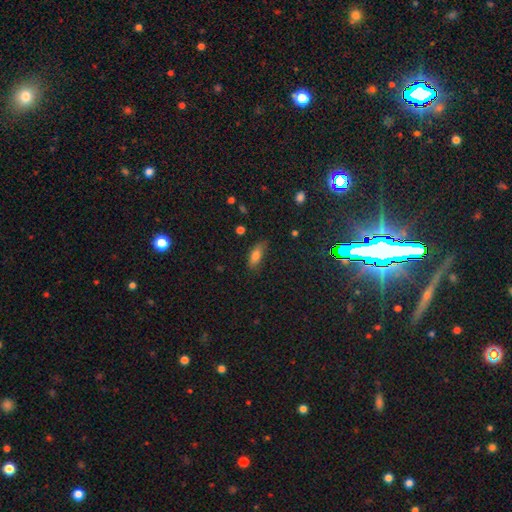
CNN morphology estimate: smooth_or_featured: smooth (p=0.76) [alt: featured or disk p=0.13]
how_rounded: in between (p=0.74) [alt: cigar-shaped p=0.23]
merging: none (p=0.70) [alt: minor disturbance p=0.22]